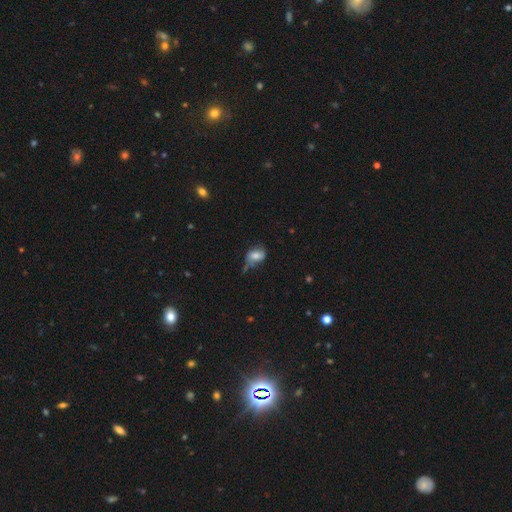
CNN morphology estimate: smooth 57%, featured or disk 33%, star or artifact 10%. Down the decision tree: how rounded — in between (75%); merging — none (42%).